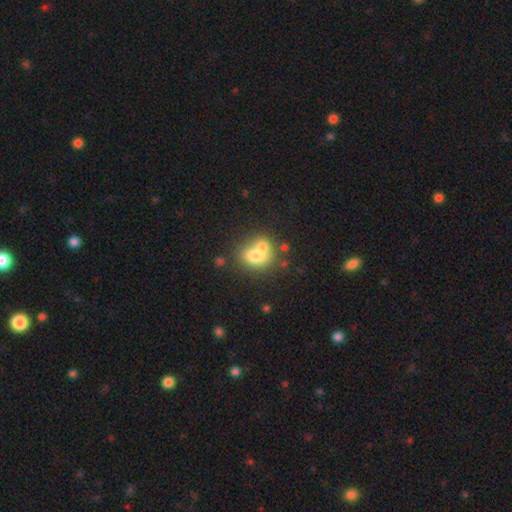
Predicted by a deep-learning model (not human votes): Smooth or featured? smooth (70%)
How rounded? in between (50%)
Merging? merger (53%)